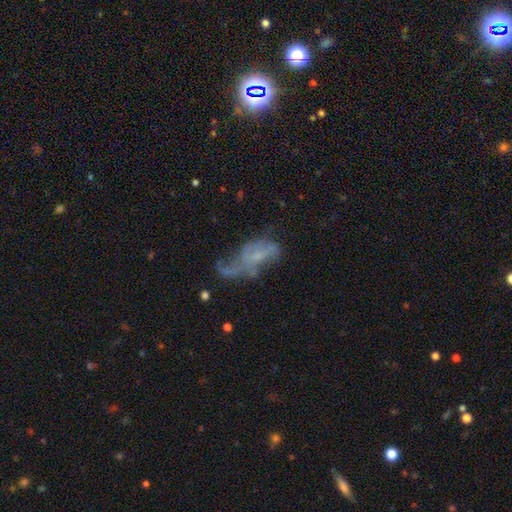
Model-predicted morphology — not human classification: This is possibly a featured or disk galaxy (59%). It is clearly not viewed edge-on (93%). Bar: likely no (68%). Spiral arm pattern: possibly yes (51%). Central bulge: marginally small (43%). Merging: marginally major disturbance (45%).